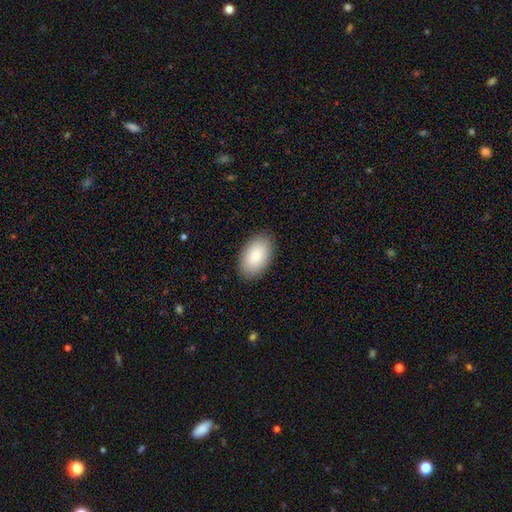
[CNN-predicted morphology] smooth-or-featured: smooth: 85% | featured or disk: 8% | star or artifact: 6%
  how-rounded: in between: 94% | round: 5% | cigar-shaped: 1%
  merging: none: 88% | minor disturbance: 9% | major disturbance: 2% | merger: 1%